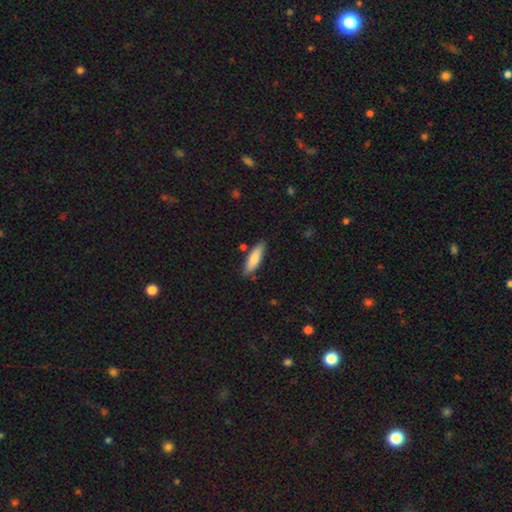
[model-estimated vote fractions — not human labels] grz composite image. It shows a smooth galaxy with no disk features (78%) that is cigar-shaped (67%). Merging: none (85%).